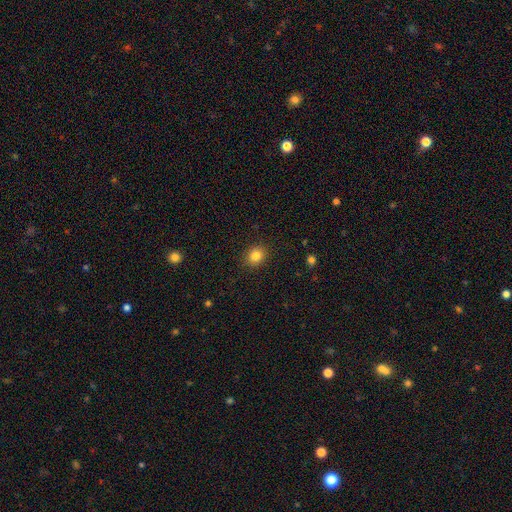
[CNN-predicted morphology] A smooth galaxy with no disk features (83%) that is round (68%).

Vote fractions:
- Smooth or featured? smooth: 83% / star or artifact: 11% / featured or disk: 6%
- How rounded? round: 68% / in between: 31% / cigar-shaped: 1%
- Merging? none: 89% / minor disturbance: 8% / major disturbance: 2% / merger: 1%